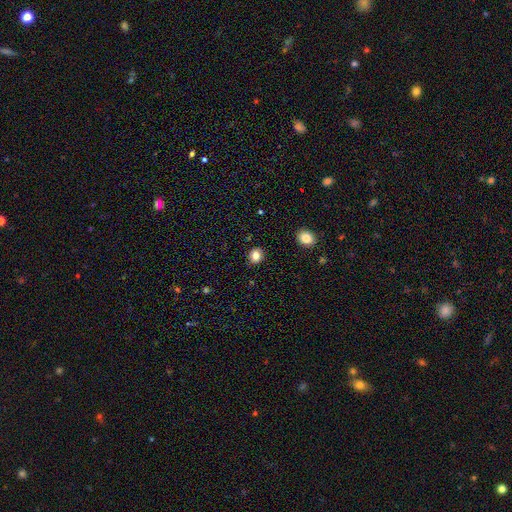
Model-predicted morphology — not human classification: The model was most divided on "how rounded": round: 74%, in between: 25%, cigar-shaped: 1%. More confident: merging — none (90%); smooth or featured — smooth (82%).